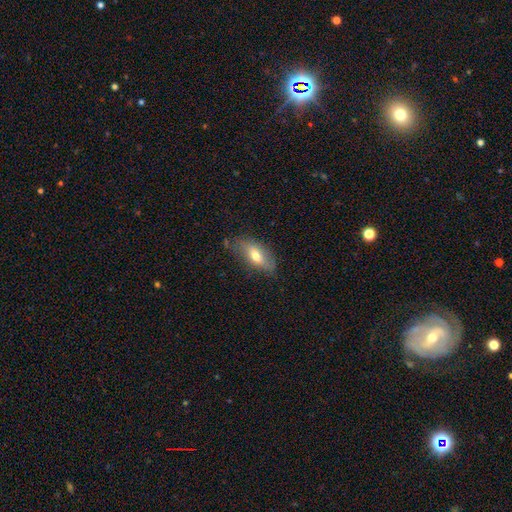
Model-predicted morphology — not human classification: Smooth or featured? smooth (65%)
How rounded? in between (81%)
Merging? none (72%)